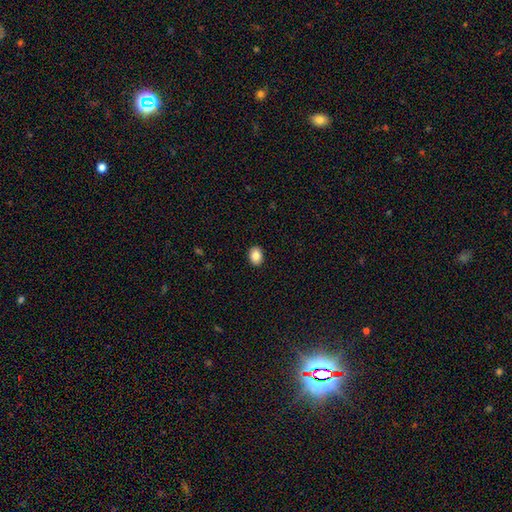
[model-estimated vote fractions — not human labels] smooth-or-featured: smooth: 86% | star or artifact: 8% | featured or disk: 6%
  how-rounded: in between: 66% | round: 33% | cigar-shaped: 1%
  merging: none: 91% | minor disturbance: 6% | major disturbance: 2% | merger: 1%